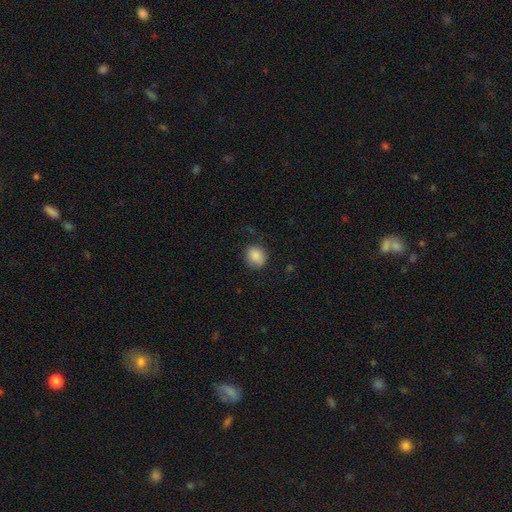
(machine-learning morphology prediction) Smooth or featured: smooth — 87% (star or artifact — 8%)
How rounded: round — 69% (in between — 30%)
Merging: none — 79% (minor disturbance — 16%)